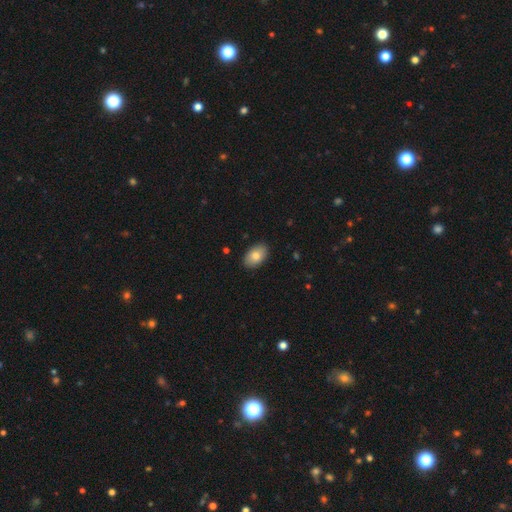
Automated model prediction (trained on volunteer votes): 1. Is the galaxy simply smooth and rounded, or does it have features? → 81% smooth, 12% featured or disk, 7% star or artifact.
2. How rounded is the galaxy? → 91% in between, 8% round, 1% cigar-shaped.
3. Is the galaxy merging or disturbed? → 89% none, 9% minor disturbance, 2% major disturbance, 1% merger.